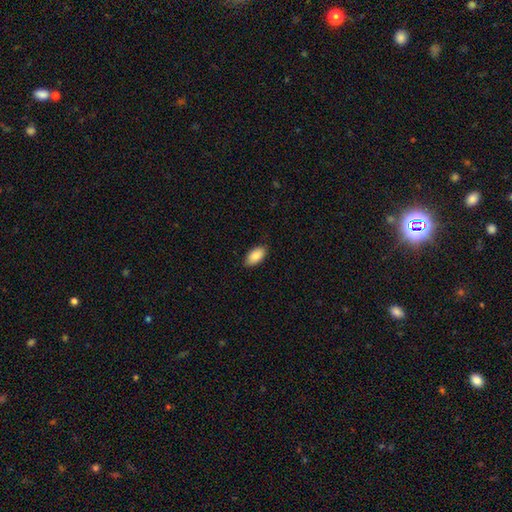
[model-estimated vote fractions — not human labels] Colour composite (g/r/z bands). It shows a smooth galaxy with no disk features (87%) that is in between round and cigar-shaped (94%). Merging: none (87%).